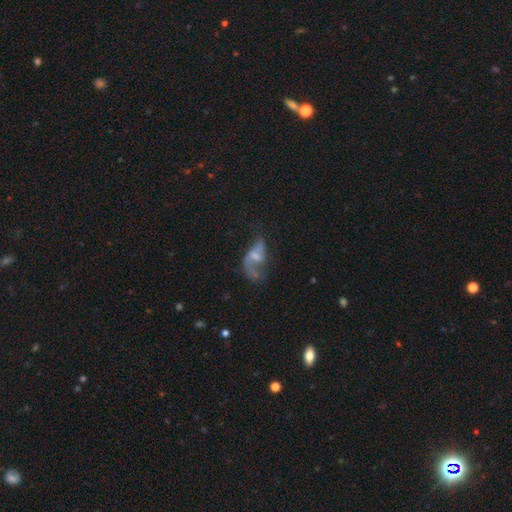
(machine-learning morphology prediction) This is likely a featured or disk galaxy (66%). It is clearly not viewed edge-on (95%). Bar: possibly no (48%). Spiral arm pattern: likely yes (76%). Central bulge: marginally small (41%). Merging: marginally major disturbance (40%).